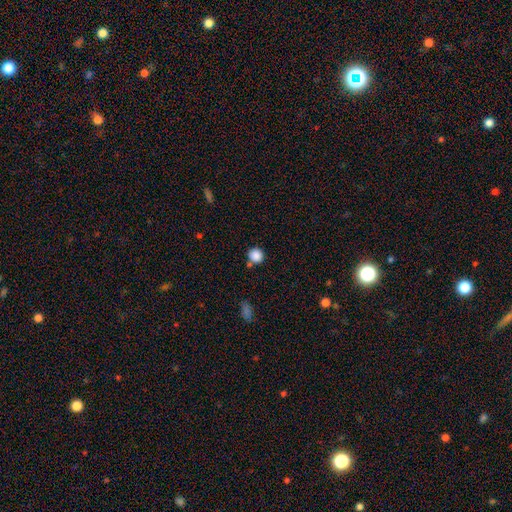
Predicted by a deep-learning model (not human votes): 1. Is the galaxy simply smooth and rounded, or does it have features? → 87% smooth, 10% star or artifact, 3% featured or disk.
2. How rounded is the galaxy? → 93% round, 6% in between, 1% cigar-shaped.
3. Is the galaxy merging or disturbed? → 77% none, 10% minor disturbance, 9% merger, 3% major disturbance.